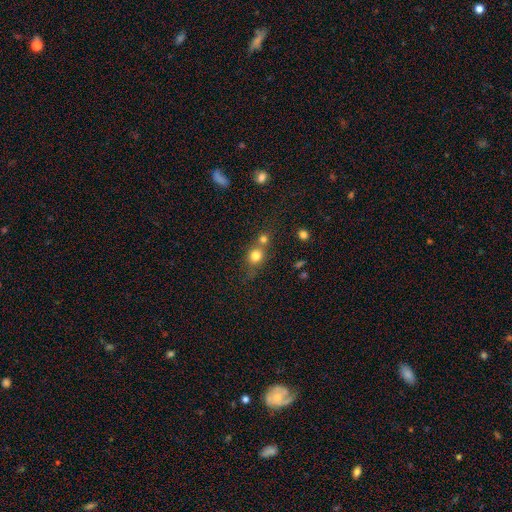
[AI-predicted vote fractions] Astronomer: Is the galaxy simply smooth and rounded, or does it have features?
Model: smooth — 77%.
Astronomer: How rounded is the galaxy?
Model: round — 78%.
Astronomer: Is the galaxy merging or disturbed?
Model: none — 44% (runner-up: merger, 41%).